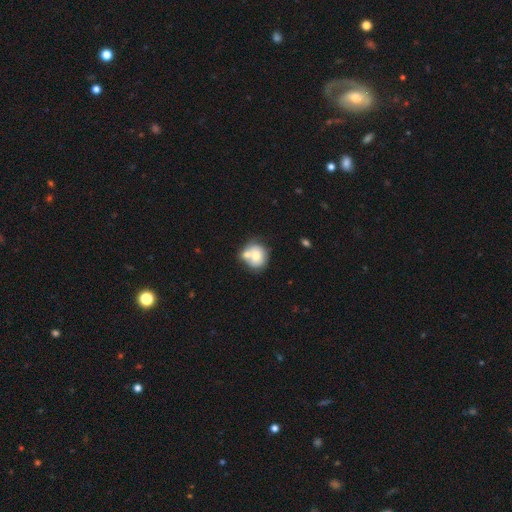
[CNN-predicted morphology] type=smooth (66%); roundness=round (77%); merging=merger (45%).